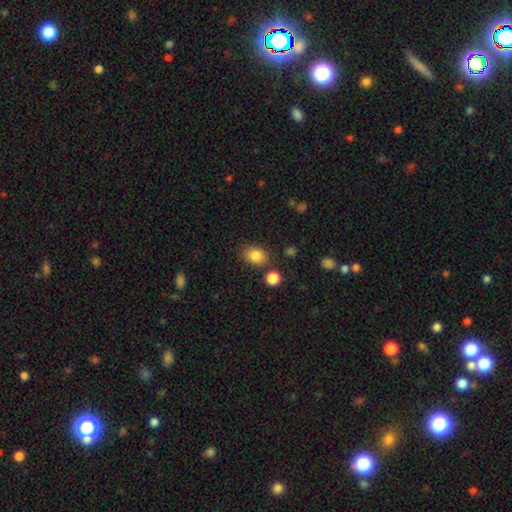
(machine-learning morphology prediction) The model was most divided on "how rounded": in between: 74%, round: 25%, cigar-shaped: 1%. More confident: smooth or featured — smooth (84%); merging — none (78%).